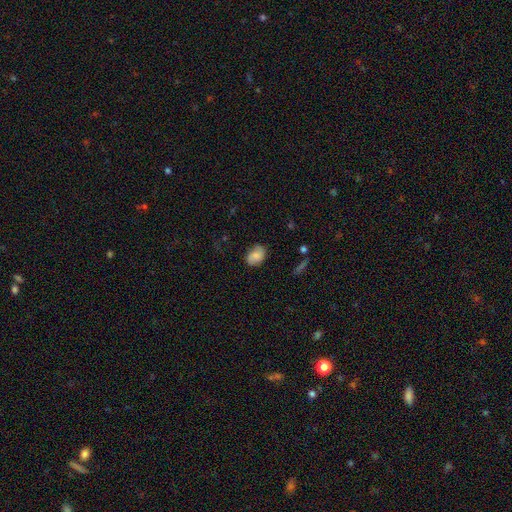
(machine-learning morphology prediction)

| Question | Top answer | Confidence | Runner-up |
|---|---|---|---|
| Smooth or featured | smooth | 77% | featured or disk (15%) |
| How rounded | in between | 78% | round (20%) |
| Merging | none | 74% | minor disturbance (20%) |